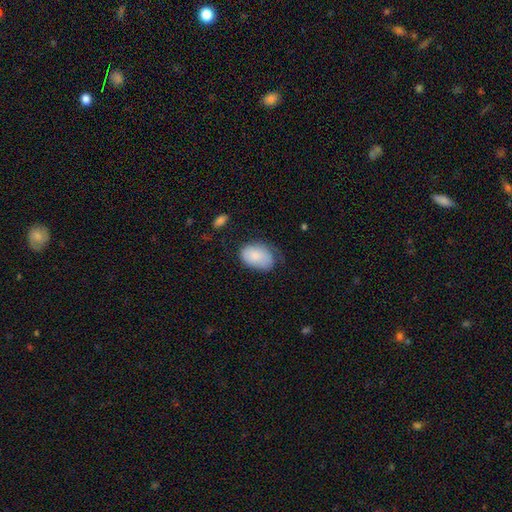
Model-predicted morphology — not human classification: Overall: smooth (79%). How rounded: in between (85%). Merging: none (45%; minor disturbance 37%).